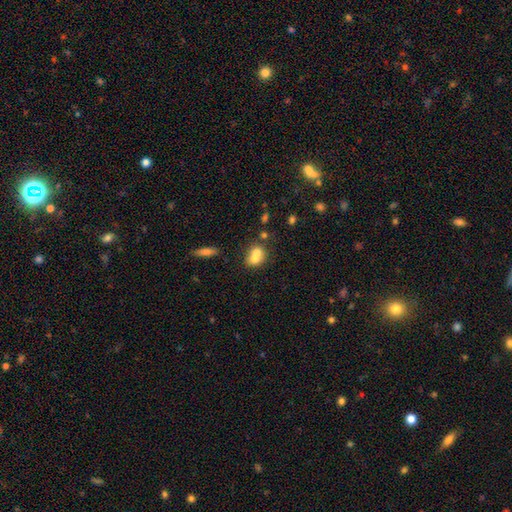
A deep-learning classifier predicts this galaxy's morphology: Overall: smooth (67%). How rounded: round (64%; in between 35%). Merging: merger (65%; none 26%).